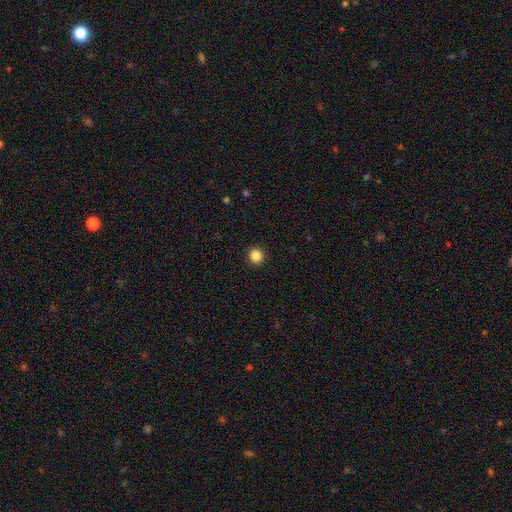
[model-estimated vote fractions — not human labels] Morphology: type=smooth (87%); roundness=round (94%); merging=none (93%).